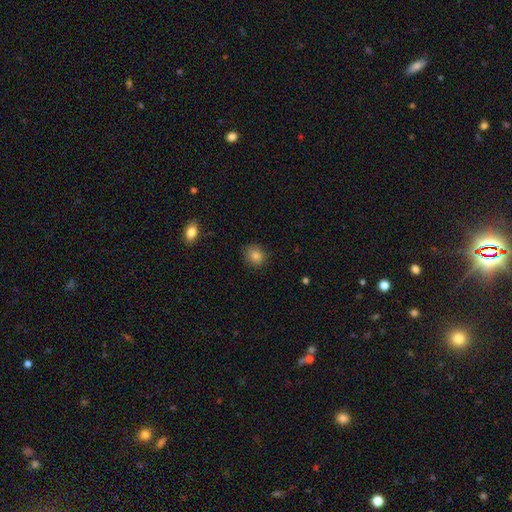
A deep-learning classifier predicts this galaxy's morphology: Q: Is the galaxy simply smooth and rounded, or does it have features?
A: smooth — 84%.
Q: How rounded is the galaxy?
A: round — 75%.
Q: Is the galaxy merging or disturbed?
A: none — 85%.